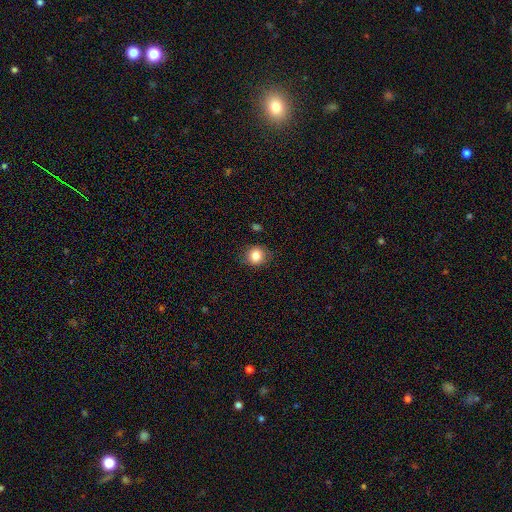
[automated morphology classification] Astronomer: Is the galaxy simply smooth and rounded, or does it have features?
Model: smooth — 83%.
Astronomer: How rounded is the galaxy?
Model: round — 79%.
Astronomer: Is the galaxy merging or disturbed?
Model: none — 79%.